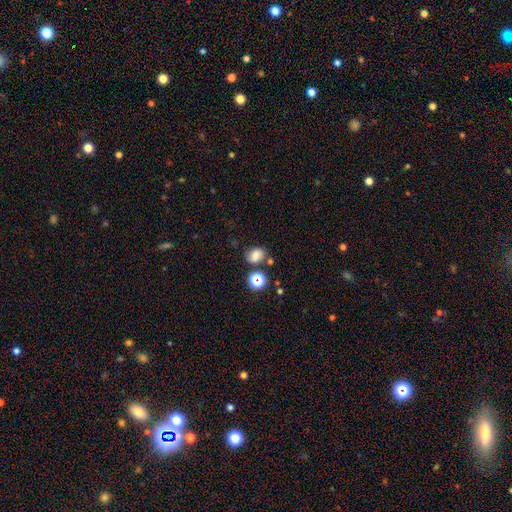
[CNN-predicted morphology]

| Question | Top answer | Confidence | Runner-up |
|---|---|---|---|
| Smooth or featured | smooth | 70% | star or artifact (16%) |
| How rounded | in between | 52% | round (47%) |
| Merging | none | 65% | minor disturbance (18%) |